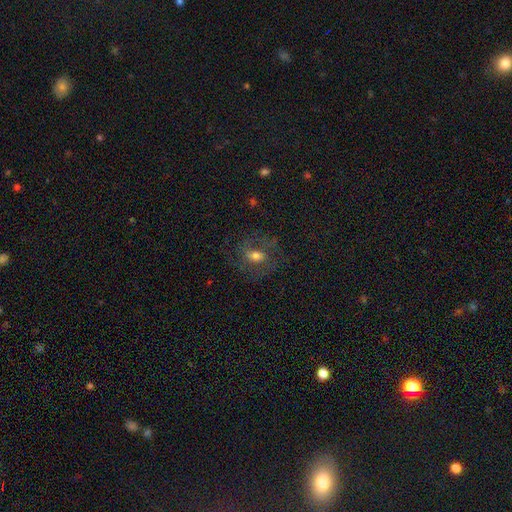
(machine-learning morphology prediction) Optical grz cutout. It shows a featured or disk galaxy (49%). Merging: none (64%).